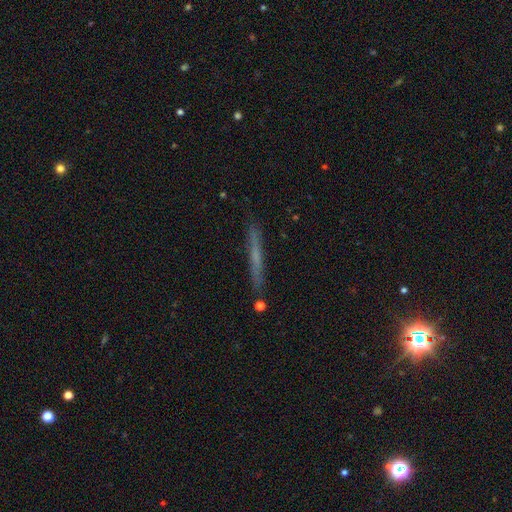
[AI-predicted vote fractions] smooth-or-featured: featured or disk: 49% | smooth: 42% | star or artifact: 10%
  merging: none: 88% | minor disturbance: 8% | merger: 2% | major disturbance: 2%